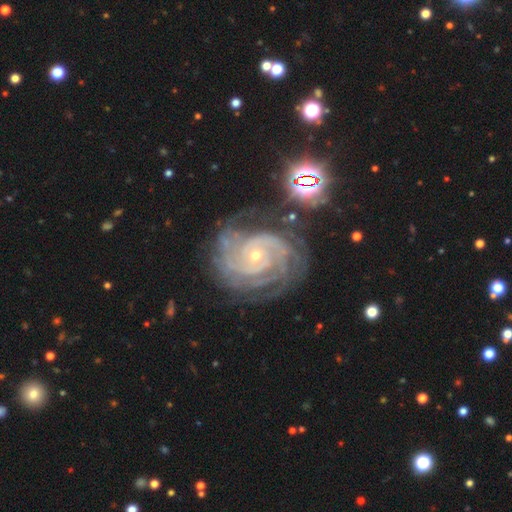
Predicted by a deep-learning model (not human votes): smooth_or_featured: featured or disk (p=0.91) [alt: star or artifact p=0.06]
disk_edge_on: no (p=0.98) [alt: yes p=0.02]
bar: no (p=0.71) [alt: weak p=0.22]
has_spiral_arms: yes (p=0.98) [alt: no p=0.02]
spiral_winding: tight (p=0.73) [alt: medium p=0.24]
spiral_arm_count: 3 (p=0.24) [alt: 2 p=0.23]
bulge_size: small (p=0.68) [alt: moderate p=0.29]
merging: none (p=0.65) [alt: minor disturbance p=0.20]